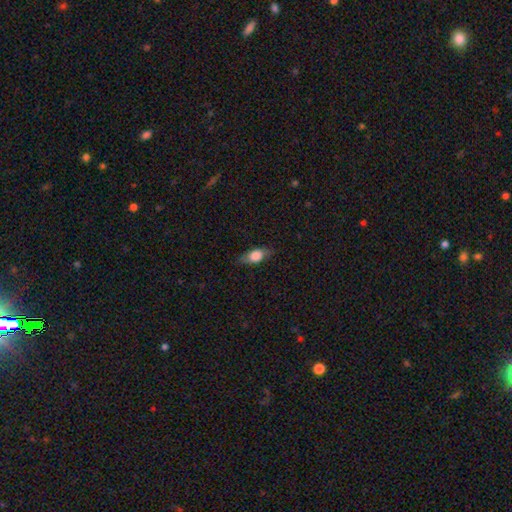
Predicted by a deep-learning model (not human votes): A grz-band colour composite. It shows a smooth galaxy with no disk features (70%) that is in between round and cigar-shaped (79%). Merging: none (77%).